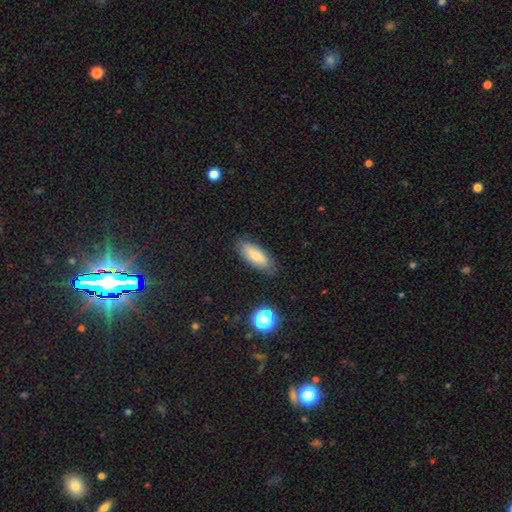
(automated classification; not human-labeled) smooth 75%, featured or disk 17%, star or artifact 8%. Down the decision tree: how rounded — in between (76%); merging — none (80%).